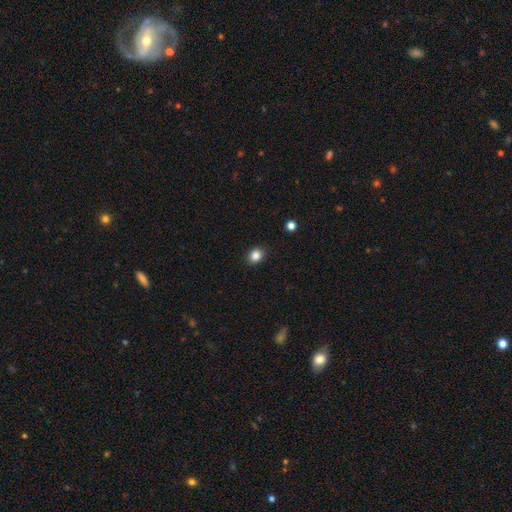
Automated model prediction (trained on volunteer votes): Morphology: type=smooth (85%); roundness=round (60%); merging=none (90%).